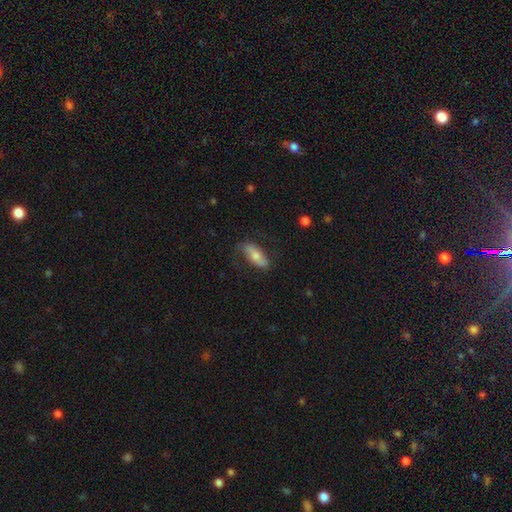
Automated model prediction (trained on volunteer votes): A smooth galaxy with no disk features (60%) that is in between round and cigar-shaped (68%).

Vote fractions:
- Smooth or featured? smooth: 60% / featured or disk: 33% / star or artifact: 7%
- How rounded? in between: 68% / cigar-shaped: 29% / round: 3%
- Merging? none: 73% / minor disturbance: 19% / major disturbance: 7% / merger: 1%